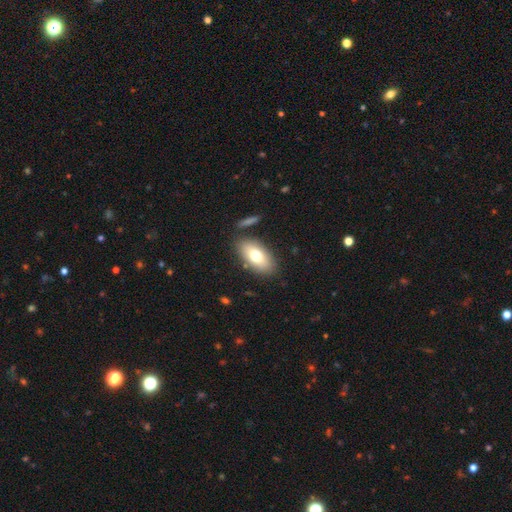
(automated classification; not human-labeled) Morphology: type=smooth (72%); roundness=in between (91%); merging=none (82%).